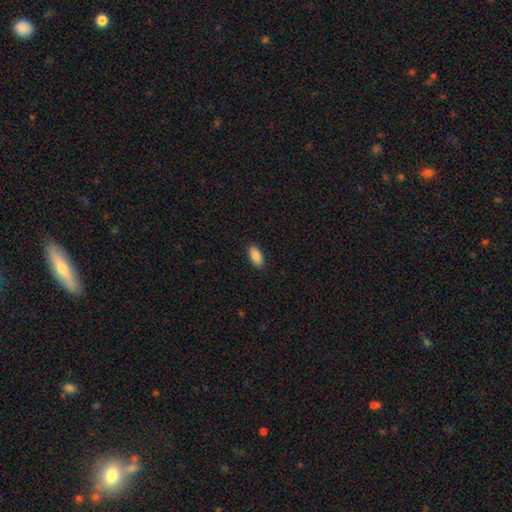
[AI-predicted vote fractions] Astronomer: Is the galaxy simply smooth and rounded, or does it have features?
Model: smooth — 86%.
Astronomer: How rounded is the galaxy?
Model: in between — 89%.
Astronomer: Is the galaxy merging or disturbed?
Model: none — 89%.